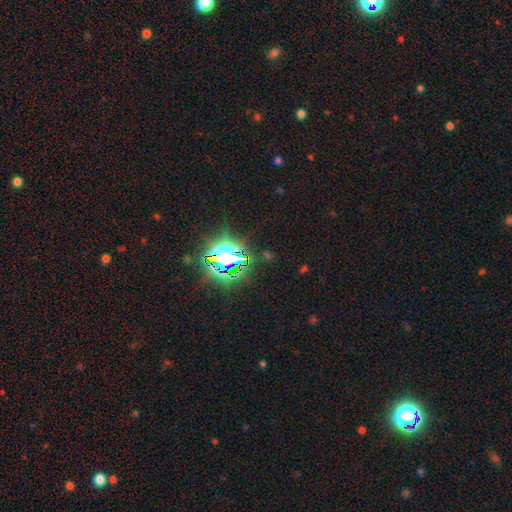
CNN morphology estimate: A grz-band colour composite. It shows a star or artifact, not a galaxy (79%).